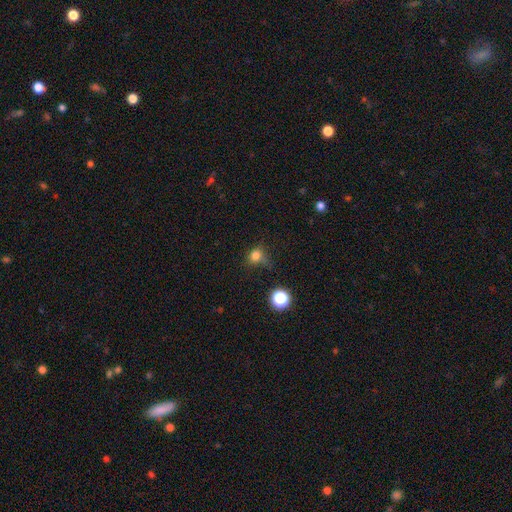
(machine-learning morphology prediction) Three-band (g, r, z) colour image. It shows a smooth galaxy with no disk features (75%) that is round (76%). Merging: none (55%).